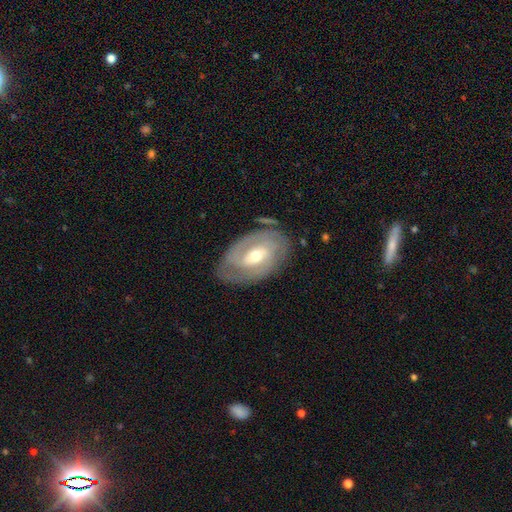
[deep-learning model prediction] This is likely a featured or disk galaxy (78%). It is clearly not viewed edge-on (95%). Bar: marginally weak (44%). Spiral arm pattern: clearly yes (84%). Spiral arm count: possibly 2 (54%). Spiral winding: likely tight (64%). Central bulge: possibly moderate (60%). Merging: likely none (74%).